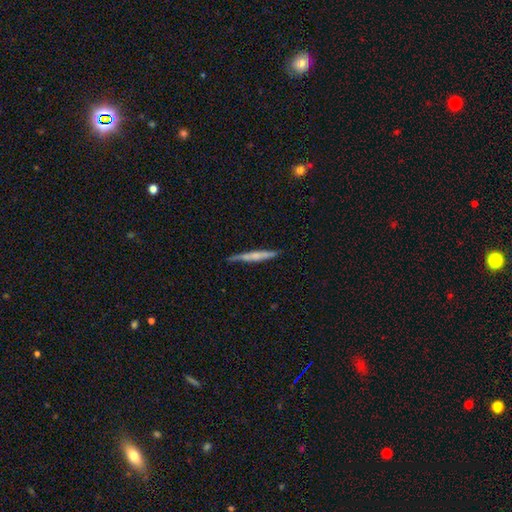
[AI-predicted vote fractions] Q: Smooth or featured?
A: featured or disk (49%); runner-up: smooth (44%)
Q: Merging?
A: none (80%); runner-up: minor disturbance (15%)